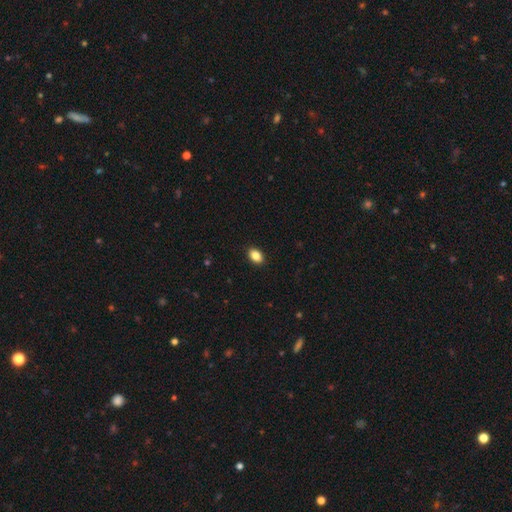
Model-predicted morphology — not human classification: smooth 87%, star or artifact 9%, featured or disk 5%. Down the decision tree: how rounded — in between (83%); merging — none (91%).